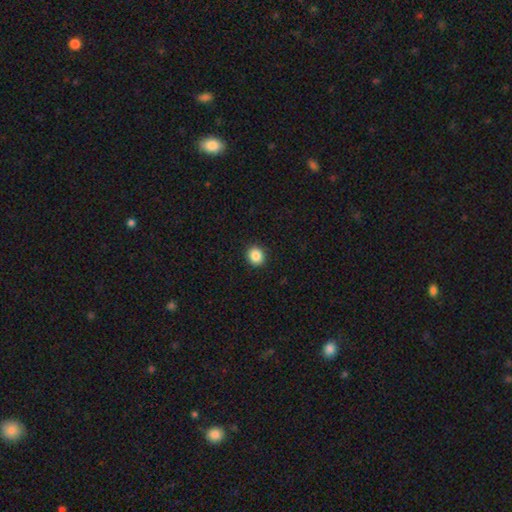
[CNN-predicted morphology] Smooth or featured: smooth — 87% (star or artifact — 9%)
How rounded: round — 82% (in between — 17%)
Merging: none — 92% (minor disturbance — 5%)